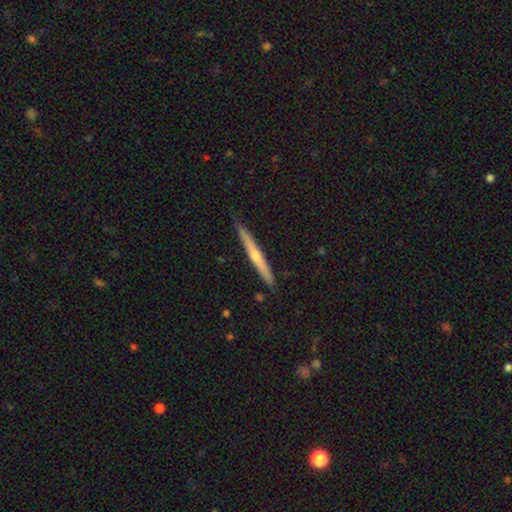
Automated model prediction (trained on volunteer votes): This is likely a featured or disk galaxy (62%). It is clearly viewed edge-on (97%). Edge-on bulge: likely rounded (75%). Merging: clearly none (87%).